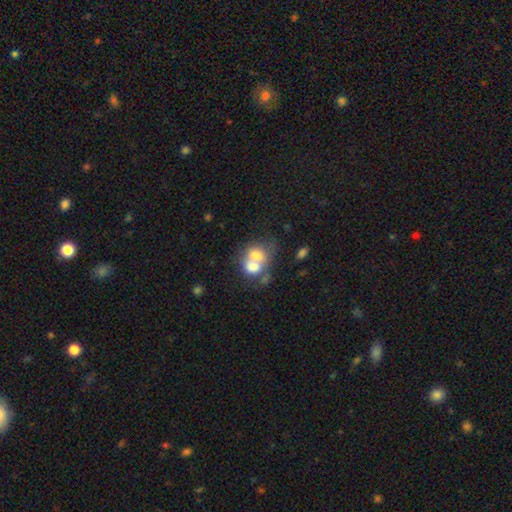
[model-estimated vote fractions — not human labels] Overall: smooth (66%). How rounded: round (51%; in between 48%). Merging: merger (70%).